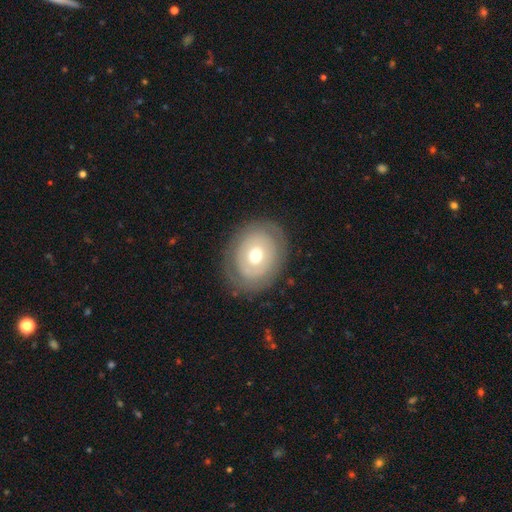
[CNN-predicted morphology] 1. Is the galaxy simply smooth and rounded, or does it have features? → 48% smooth, 45% featured or disk, 7% star or artifact.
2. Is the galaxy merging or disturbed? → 81% none, 12% minor disturbance, 6% major disturbance, 1% merger.